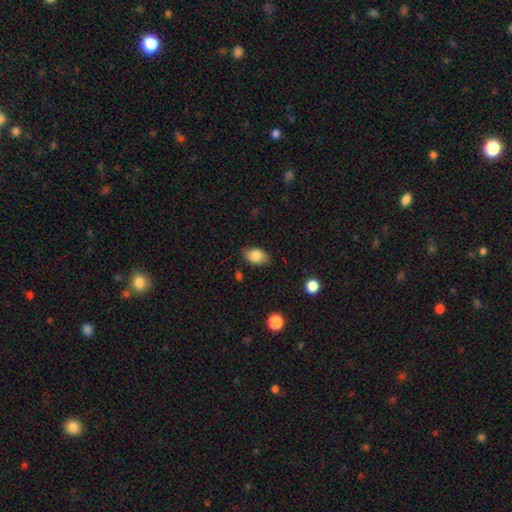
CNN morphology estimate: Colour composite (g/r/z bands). It shows a smooth galaxy with no disk features (84%) that is in between round and cigar-shaped (83%). Merging: none (77%).